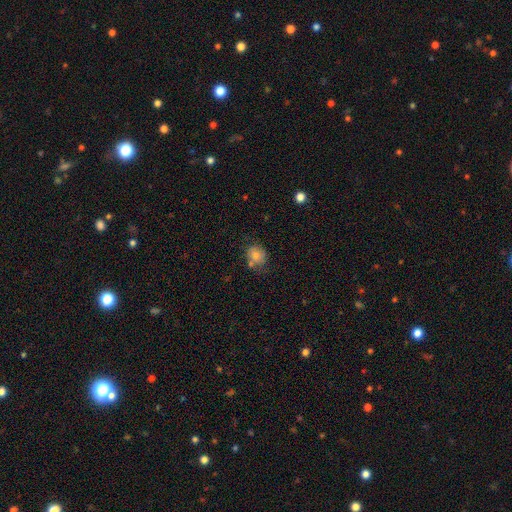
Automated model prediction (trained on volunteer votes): smooth 74%, featured or disk 15%, star or artifact 10%. Down the decision tree: how rounded — round (66%); merging — none (60%).